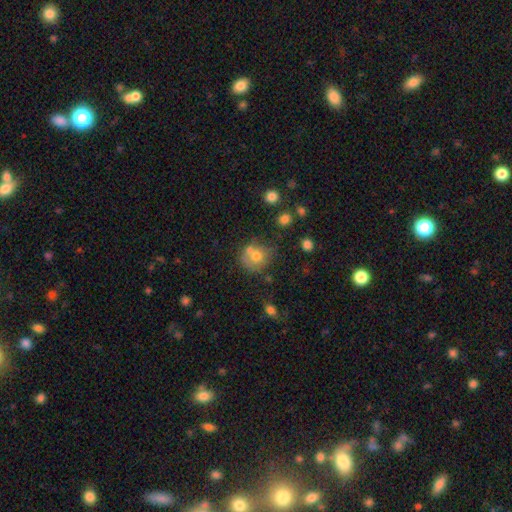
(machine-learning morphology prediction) Overall: smooth (70%). How rounded: round (74%). Merging: none (46%; merger 28%).